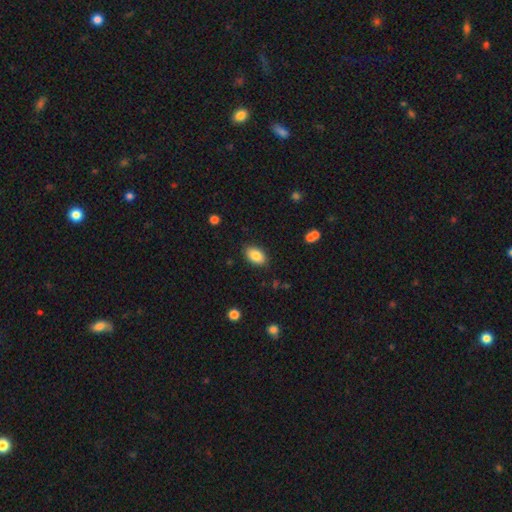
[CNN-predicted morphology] Q: Smooth or featured?
A: smooth (86%); runner-up: star or artifact (7%)
Q: How rounded?
A: in between (91%); runner-up: round (8%)
Q: Merging?
A: none (86%); runner-up: minor disturbance (10%)